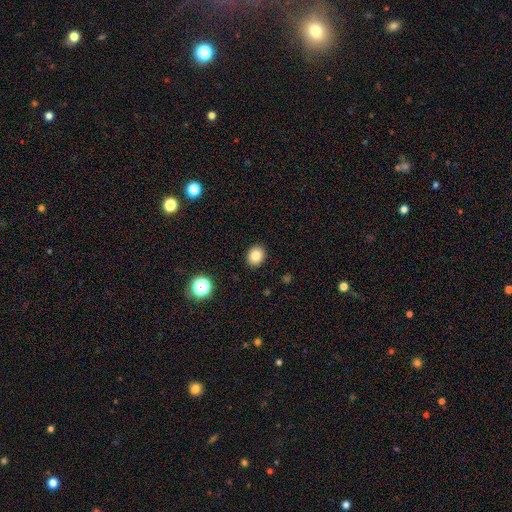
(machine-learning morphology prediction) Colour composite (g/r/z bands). It shows a smooth galaxy with no disk features (82%) that is round (59%). Merging: none (91%).